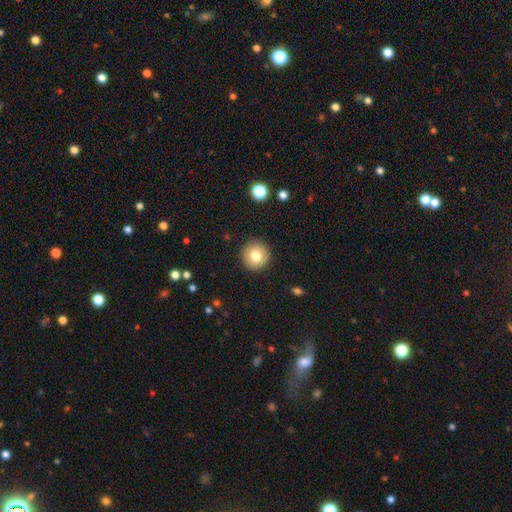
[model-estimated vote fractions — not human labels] A smooth galaxy with no disk features (78%) that is round (95%). Merging: none (92%).